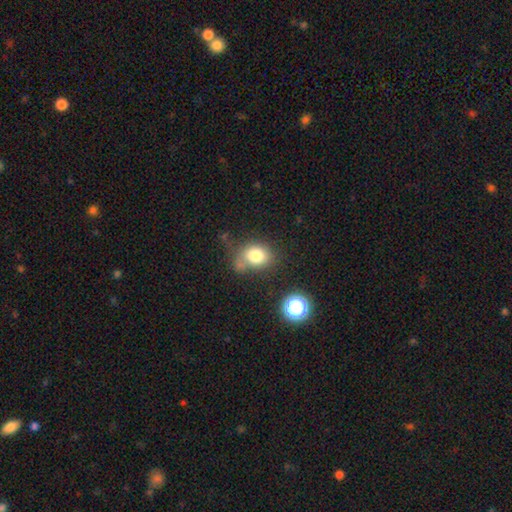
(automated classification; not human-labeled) Smooth or featured? Predicted: smooth (p=0.78). How rounded? Predicted: in between (p=0.51). Merging? Predicted: none (p=0.51).